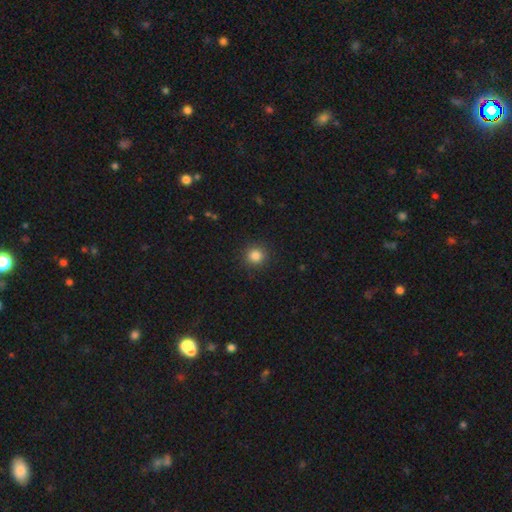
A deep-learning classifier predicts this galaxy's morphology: This is clearly a smooth galaxy (84%). How rounded: clearly round (92%). Merging: clearly none (91%).